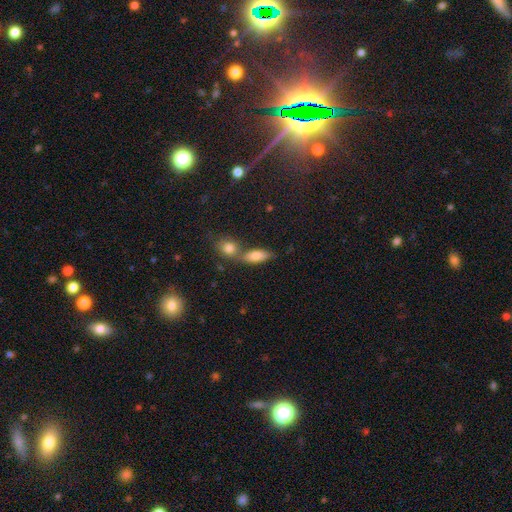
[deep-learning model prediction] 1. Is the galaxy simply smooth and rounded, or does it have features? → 79% smooth, 12% featured or disk, 9% star or artifact.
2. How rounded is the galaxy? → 76% in between, 18% cigar-shaped, 6% round.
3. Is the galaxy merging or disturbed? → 45% none, 40% merger, 11% minor disturbance, 4% major disturbance.